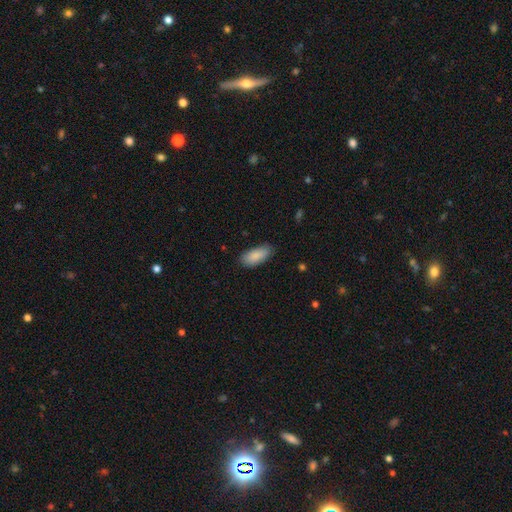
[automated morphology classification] Smooth or featured? Predicted: smooth (p=0.88). How rounded? Predicted: in between (p=0.87). Merging? Predicted: none (p=0.78).